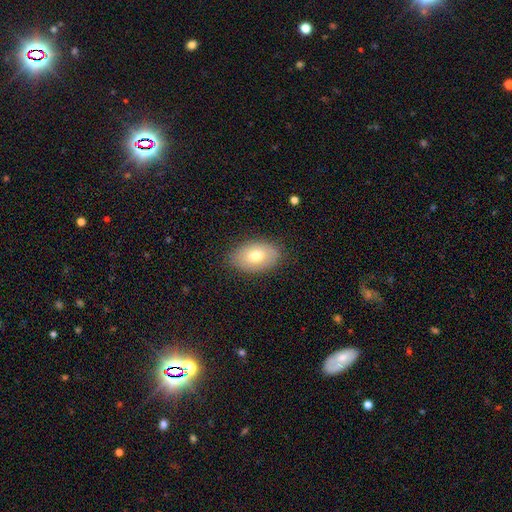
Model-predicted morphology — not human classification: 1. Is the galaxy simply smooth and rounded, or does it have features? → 71% smooth, 21% featured or disk, 8% star or artifact.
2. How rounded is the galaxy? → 87% in between, 12% round, 1% cigar-shaped.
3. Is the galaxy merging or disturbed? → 83% none, 13% minor disturbance, 3% major disturbance, 1% merger.